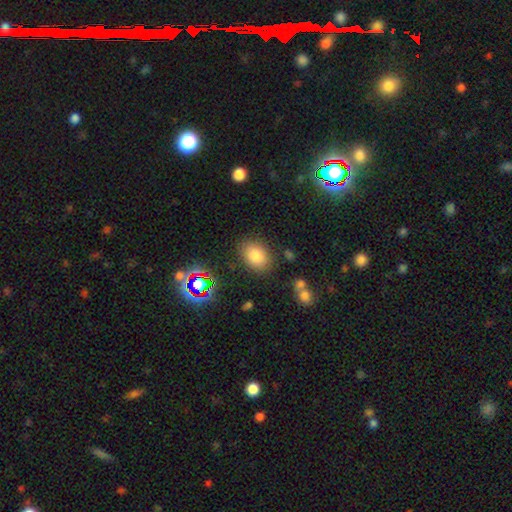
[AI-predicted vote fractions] Smooth or featured?
  - smooth: 81% *
  - star or artifact: 12%
  - featured or disk: 7%
How rounded?
  - in between: 73% *
  - round: 26%
  - cigar-shaped: 1%
Merging?
  - none: 81% *
  - minor disturbance: 12%
  - major disturbance: 4%
  - merger: 3%